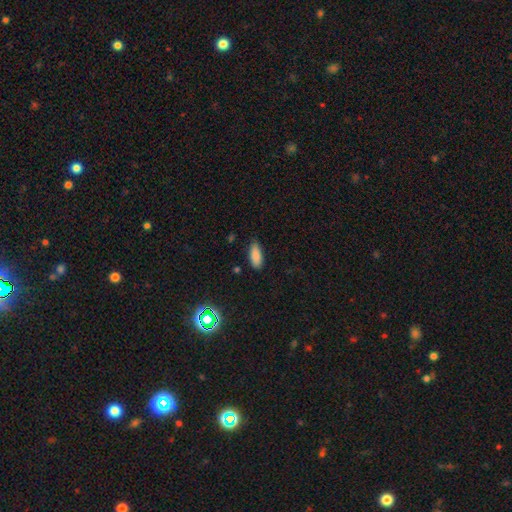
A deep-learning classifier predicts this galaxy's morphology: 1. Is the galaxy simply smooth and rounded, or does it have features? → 85% smooth, 9% star or artifact, 6% featured or disk.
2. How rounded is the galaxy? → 80% in between, 18% cigar-shaped, 2% round.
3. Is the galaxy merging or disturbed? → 81% none, 15% minor disturbance, 3% major disturbance, 1% merger.